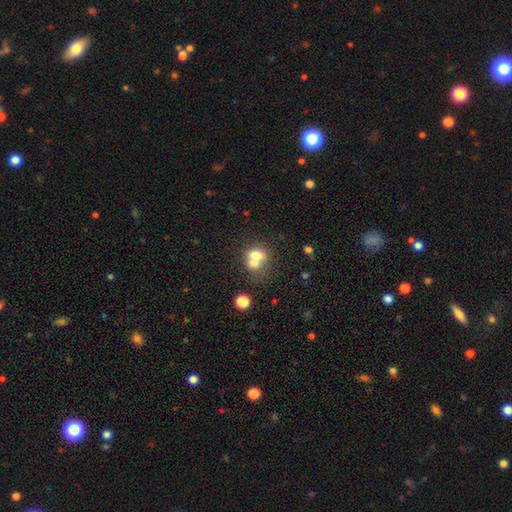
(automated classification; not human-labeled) smooth-or-featured: smooth: 66% | featured or disk: 22% | star or artifact: 12%
  how-rounded: round: 55% | in between: 44% | cigar-shaped: 1%
  merging: merger: 62% | none: 25% | minor disturbance: 7% | major disturbance: 5%